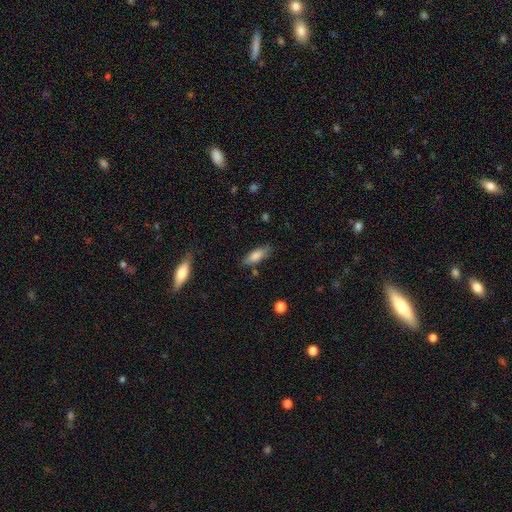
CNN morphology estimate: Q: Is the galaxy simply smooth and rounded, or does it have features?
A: smooth — 78%.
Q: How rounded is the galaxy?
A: in between — 62%.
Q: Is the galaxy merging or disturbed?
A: none — 78%.